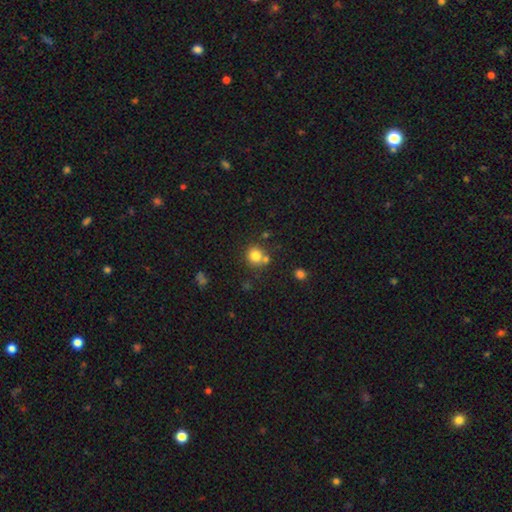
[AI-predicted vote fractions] smooth_or_featured: smooth (p=0.81) [alt: star or artifact p=0.12]
how_rounded: round (p=0.88) [alt: in between p=0.11]
merging: none (p=0.66) [alt: merger p=0.21]